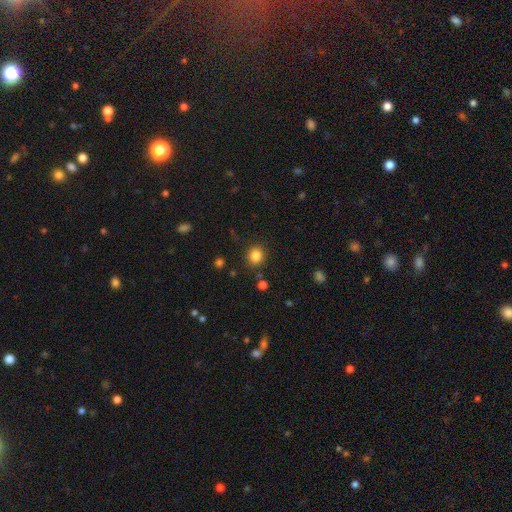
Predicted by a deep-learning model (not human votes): A smooth galaxy with no disk features (84%) that is round (84%). Merging: none (88%).